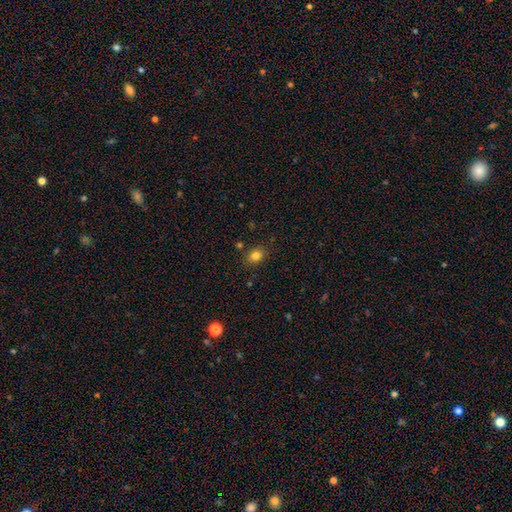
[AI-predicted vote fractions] smooth_or_featured: smooth (p=0.81) [alt: star or artifact p=0.12]
how_rounded: in between (p=0.56) [alt: round p=0.43]
merging: none (p=0.82) [alt: minor disturbance p=0.12]